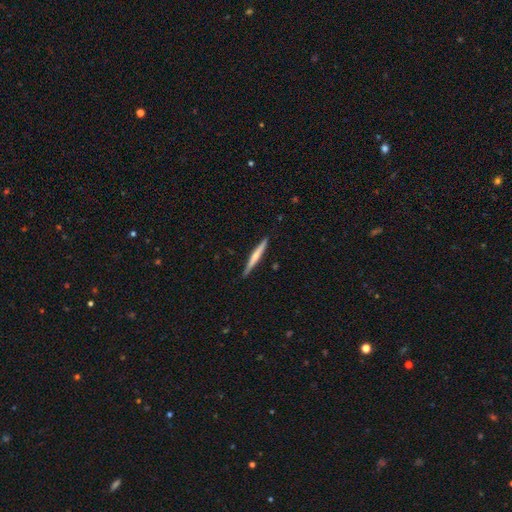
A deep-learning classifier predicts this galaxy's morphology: type=smooth (47%, tied with featured or disk); merging=none (89%).